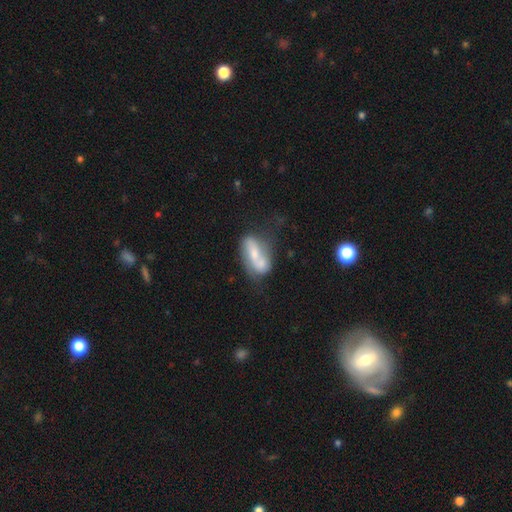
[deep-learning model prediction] Smooth or featured? Predicted: featured or disk (p=0.50). Merging? Predicted: none (p=0.35).